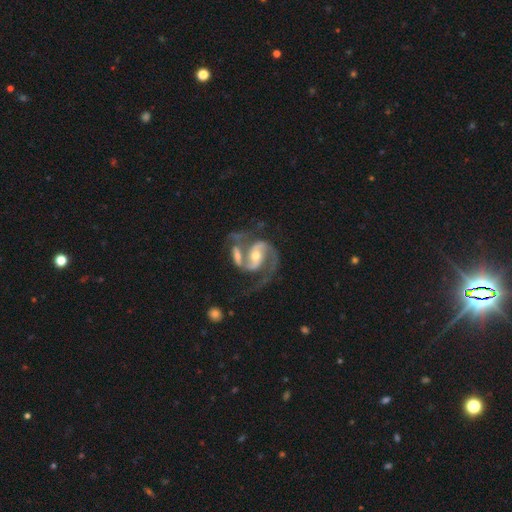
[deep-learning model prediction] This is clearly a featured or disk galaxy (92%). It is clearly not viewed edge-on (98%). Bar: marginally strong (37%). Spiral arm pattern: clearly yes (98%). Spiral arm count: clearly 2 (89%). Spiral winding: possibly medium (58%). Central bulge: possibly moderate (59%). Merging: marginally none (39%).